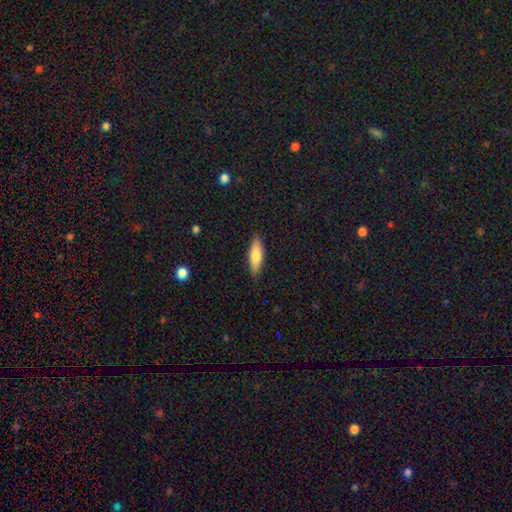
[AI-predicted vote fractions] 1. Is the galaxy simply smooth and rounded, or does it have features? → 77% smooth, 17% featured or disk, 6% star or artifact.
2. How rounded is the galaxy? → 51% cigar-shaped, 48% in between, 2% round.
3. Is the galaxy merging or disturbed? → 86% none, 11% minor disturbance, 2% major disturbance, 1% merger.